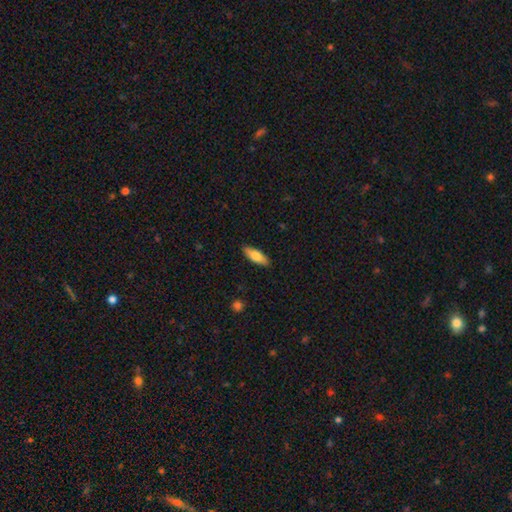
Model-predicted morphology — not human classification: Overall: smooth (77%). How rounded: in between (62%; cigar-shaped 36%). Merging: none (89%).